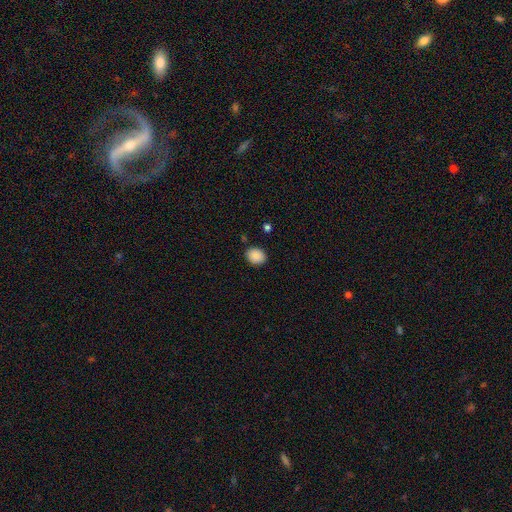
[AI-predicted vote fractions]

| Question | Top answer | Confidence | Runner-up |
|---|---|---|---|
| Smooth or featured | smooth | 89% | star or artifact (8%) |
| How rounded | in between | 50% | round (49%) |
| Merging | none | 85% | minor disturbance (10%) |